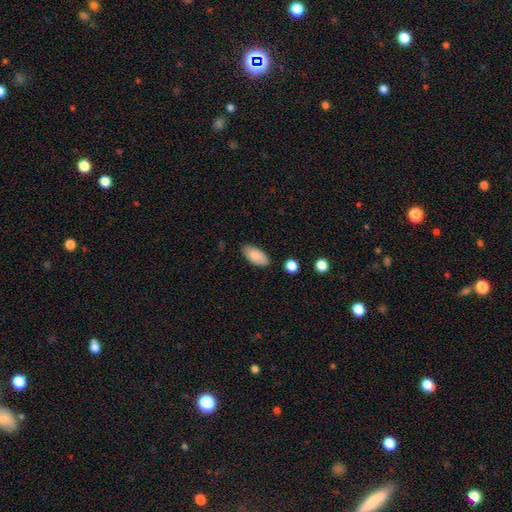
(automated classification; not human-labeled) smooth 86%, featured or disk 8%, star or artifact 7%. Down the decision tree: how rounded — in between (92%); merging — none (83%).